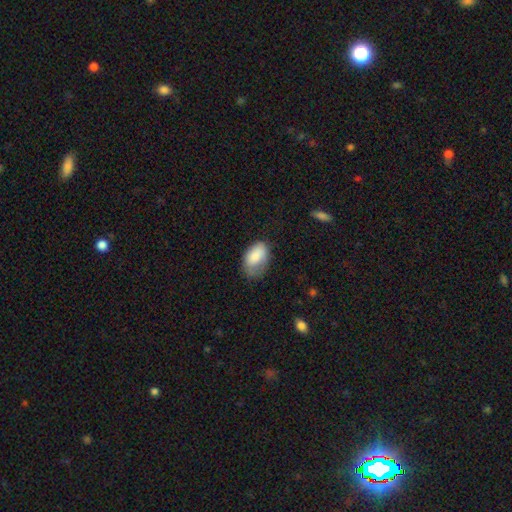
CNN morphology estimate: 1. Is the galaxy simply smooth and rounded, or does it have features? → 82% smooth, 11% featured or disk, 7% star or artifact.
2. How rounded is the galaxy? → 90% in between, 9% round, 1% cigar-shaped.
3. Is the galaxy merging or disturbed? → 46% none, 36% minor disturbance, 17% major disturbance, 2% merger.